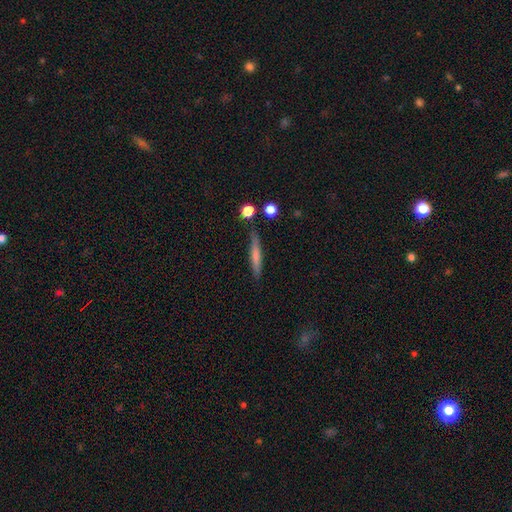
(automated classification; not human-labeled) smooth-or-featured: smooth: 63% | featured or disk: 30% | star or artifact: 7%
  how-rounded: cigar-shaped: 92% | in between: 6% | round: 2%
  merging: none: 81% | minor disturbance: 12% | merger: 4% | major disturbance: 3%